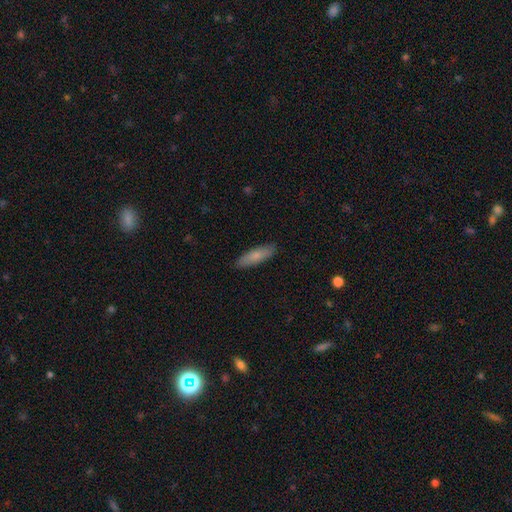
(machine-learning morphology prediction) Smooth or featured? Predicted: smooth (p=0.79). How rounded? Predicted: cigar-shaped (p=0.60). Merging? Predicted: none (p=0.89).